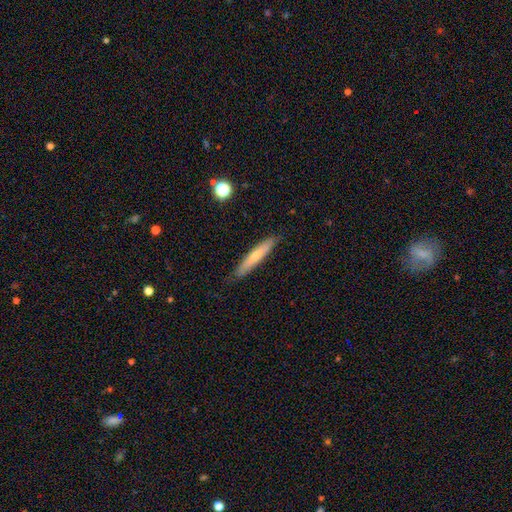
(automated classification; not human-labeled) smooth 61%, featured or disk 33%, star or artifact 6%. Down the decision tree: how rounded — cigar-shaped (91%); merging — none (85%).